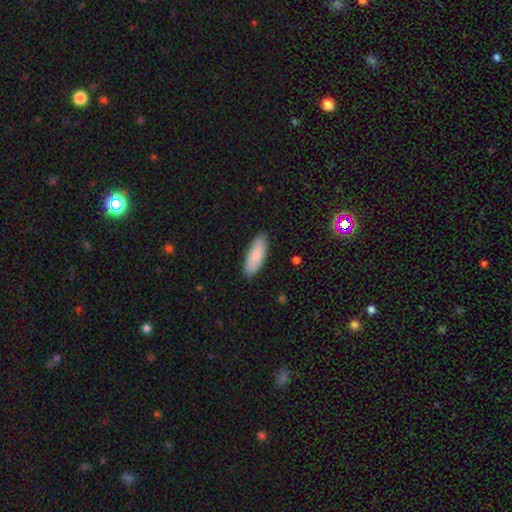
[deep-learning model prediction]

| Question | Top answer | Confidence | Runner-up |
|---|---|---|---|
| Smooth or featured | smooth | 83% | featured or disk (11%) |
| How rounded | in between | 68% | cigar-shaped (30%) |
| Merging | none | 87% | minor disturbance (10%) |